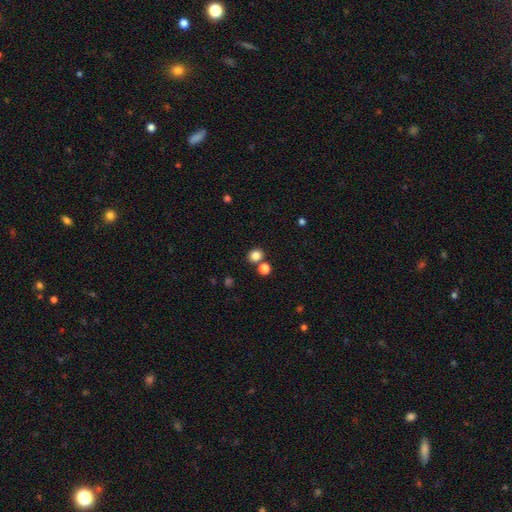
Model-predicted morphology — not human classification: Q: Smooth or featured?
A: smooth (83%); runner-up: star or artifact (12%)
Q: How rounded?
A: round (73%); runner-up: in between (27%)
Q: Merging?
A: none (75%); runner-up: merger (15%)